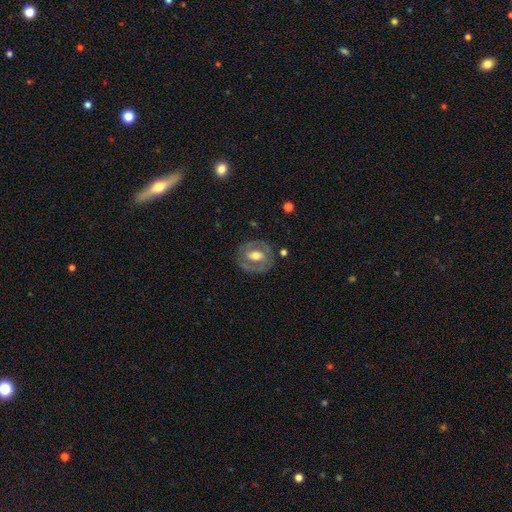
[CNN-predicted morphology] Smooth or featured? Predicted: featured or disk (p=0.60). Edge-on disk? Predicted: no (p=0.94). Bar? Predicted: no (p=0.44). Spiral arms? Predicted: no (p=0.68). Bulge size? Predicted: moderate (p=0.66). Merging? Predicted: none (p=0.76).